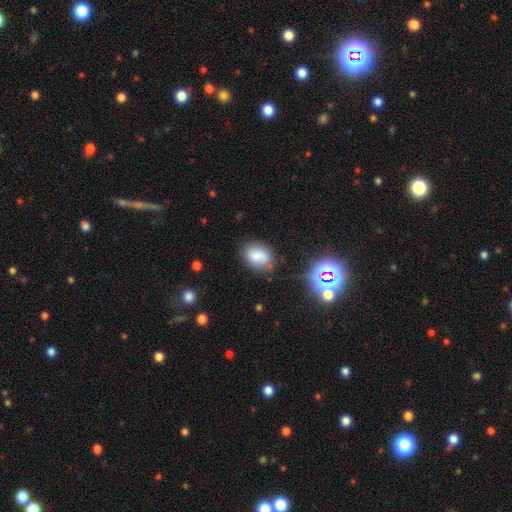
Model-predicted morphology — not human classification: Smooth or featured? Predicted: smooth (p=0.74). How rounded? Predicted: in between (p=0.68). Merging? Predicted: none (p=0.67).